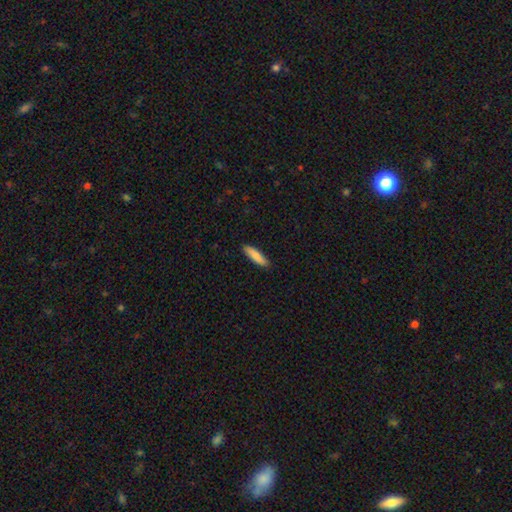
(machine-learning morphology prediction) This appears to be a smooth galaxy with no disk features (86%) that is cigar-shaped (74%). Merging: none (89%).